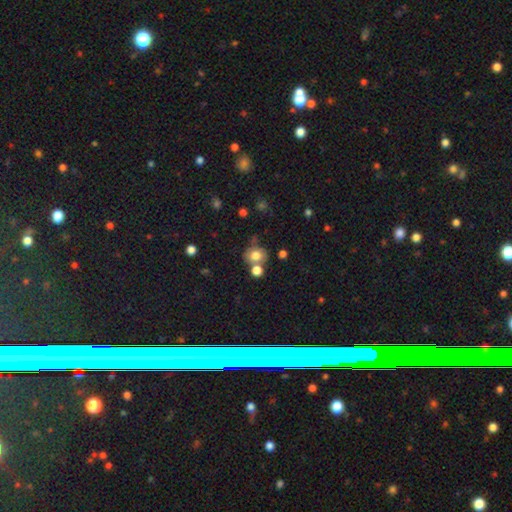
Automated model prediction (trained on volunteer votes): smooth-or-featured: smooth: 76% | star or artifact: 12% | featured or disk: 12%
  how-rounded: round: 69% | in between: 30% | cigar-shaped: 1%
  merging: none: 58% | merger: 24% | minor disturbance: 13% | major disturbance: 5%